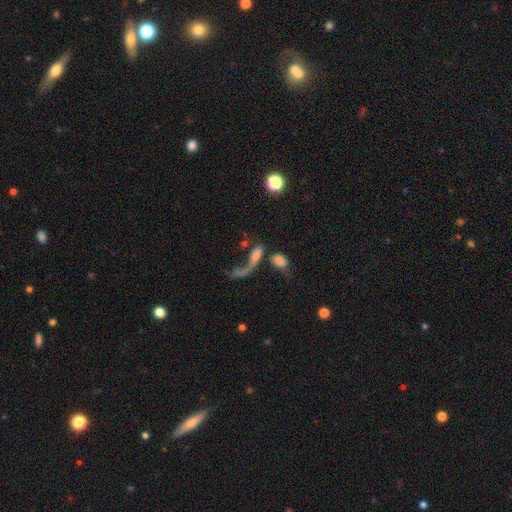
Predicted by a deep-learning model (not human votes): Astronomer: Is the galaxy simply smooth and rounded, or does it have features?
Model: smooth — 45% (runner-up: featured or disk, 40%).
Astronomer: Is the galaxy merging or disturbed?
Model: major disturbance — 36% (runner-up: merger, 31%).